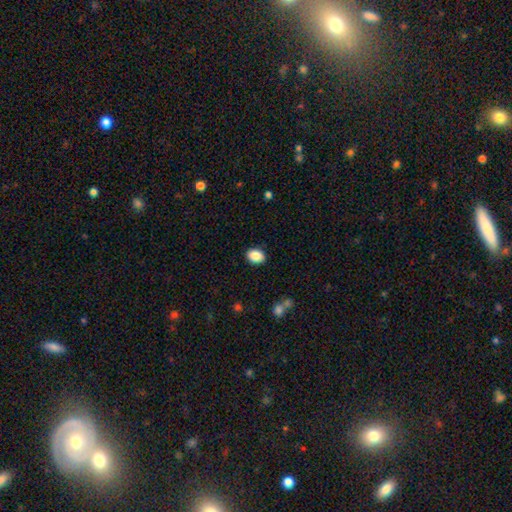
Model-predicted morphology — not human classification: This is clearly a smooth galaxy (89%). How rounded: likely in between (76%). Merging: clearly none (89%).